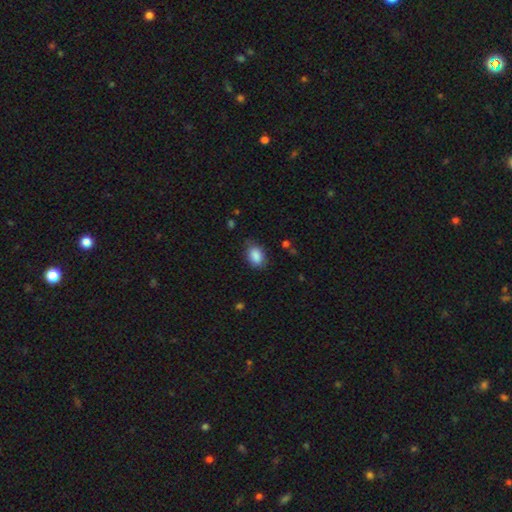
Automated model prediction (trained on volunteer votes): smooth-or-featured: smooth: 88% | star or artifact: 7% | featured or disk: 5%
  how-rounded: in between: 81% | round: 17% | cigar-shaped: 1%
  merging: none: 74% | minor disturbance: 20% | major disturbance: 4% | merger: 1%